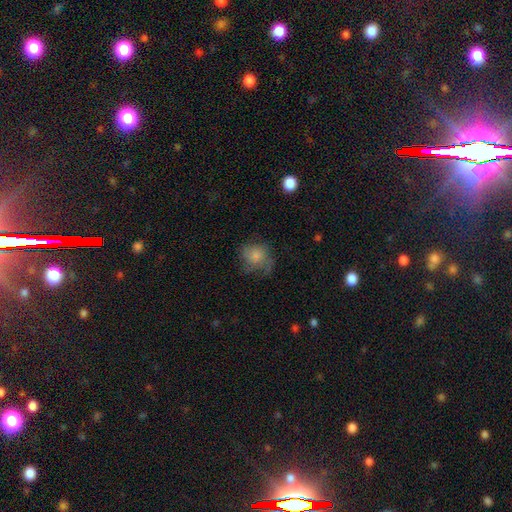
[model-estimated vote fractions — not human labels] smooth-or-featured: smooth: 64% | featured or disk: 26% | star or artifact: 10%
  how-rounded: round: 72% | in between: 27% | cigar-shaped: 1%
  merging: none: 46% | minor disturbance: 28% | major disturbance: 24% | merger: 2%